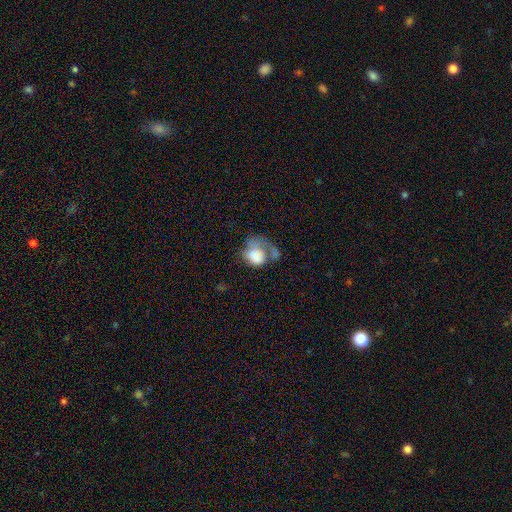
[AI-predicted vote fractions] smooth_or_featured: smooth (p=0.67) [alt: featured or disk p=0.25]
how_rounded: round (p=0.50) [alt: in between p=0.49]
merging: major disturbance (p=0.44) [alt: merger p=0.20]